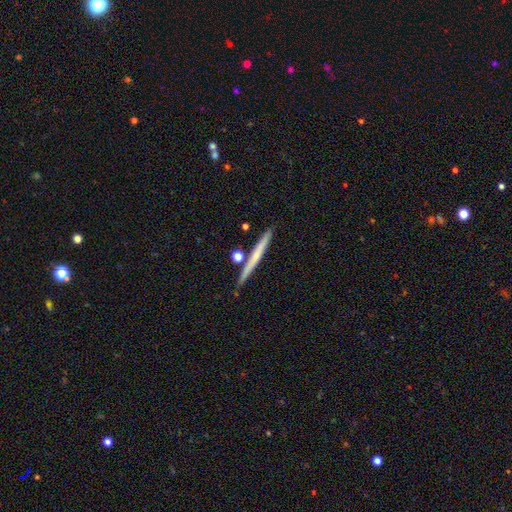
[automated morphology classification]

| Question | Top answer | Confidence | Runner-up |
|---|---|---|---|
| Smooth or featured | smooth | 52% | featured or disk (42%) |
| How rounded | cigar-shaped | 96% | in between (2%) |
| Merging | none | 84% | minor disturbance (8%) |